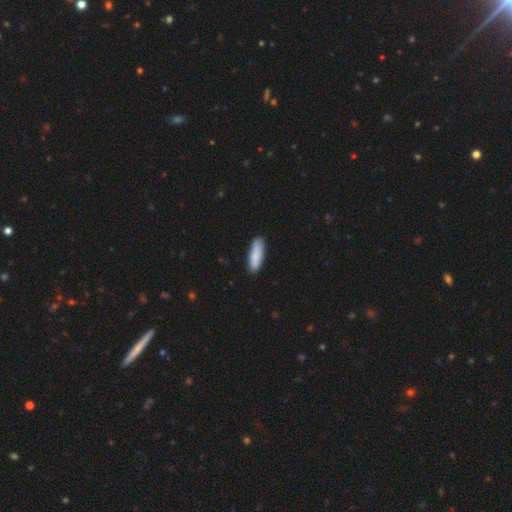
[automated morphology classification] Smooth or featured? smooth (83%)
How rounded? in between (53%)
Merging? none (86%)